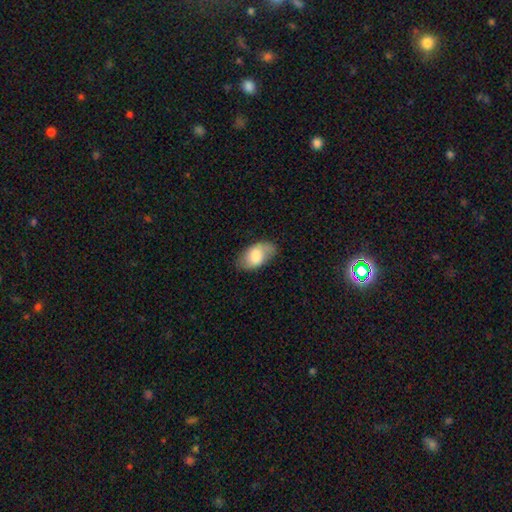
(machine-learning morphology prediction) The model was most divided on "merging": none: 72%, minor disturbance: 20%, major disturbance: 6%, merger: 1%. More confident: how rounded — in between (93%); smooth or featured — smooth (73%).